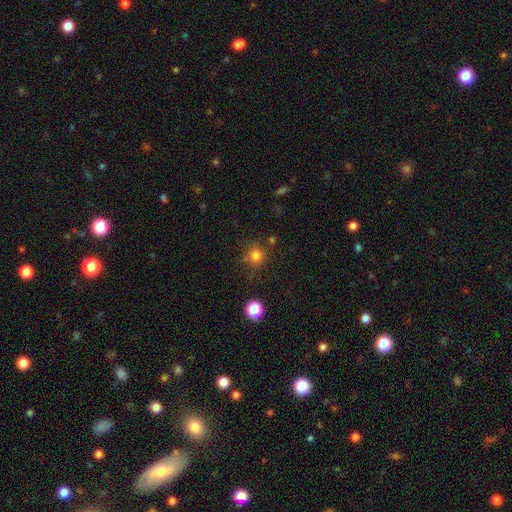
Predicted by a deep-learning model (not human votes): This appears to be a smooth galaxy with no disk features (80%) that is round (90%). Merging: none (79%).